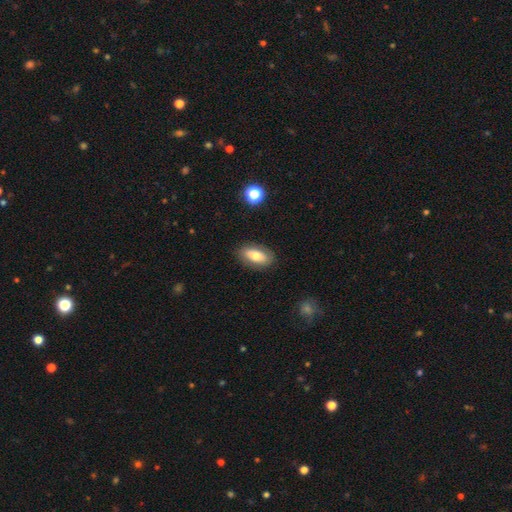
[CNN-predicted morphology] Smooth or featured? Predicted: smooth (p=0.71). How rounded? Predicted: in between (p=0.88). Merging? Predicted: none (p=0.85).